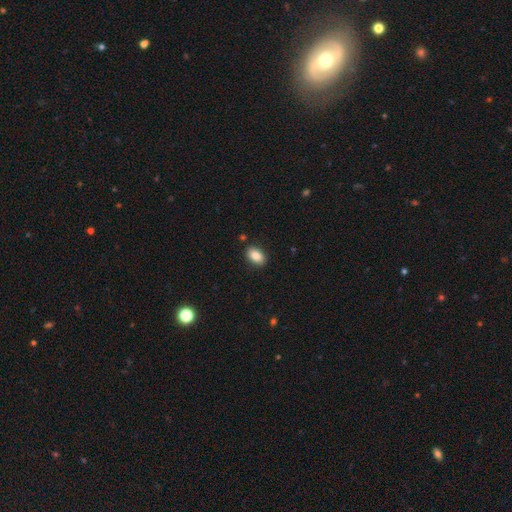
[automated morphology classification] This is clearly a smooth galaxy (86%). How rounded: clearly in between (89%). Merging: clearly none (87%).